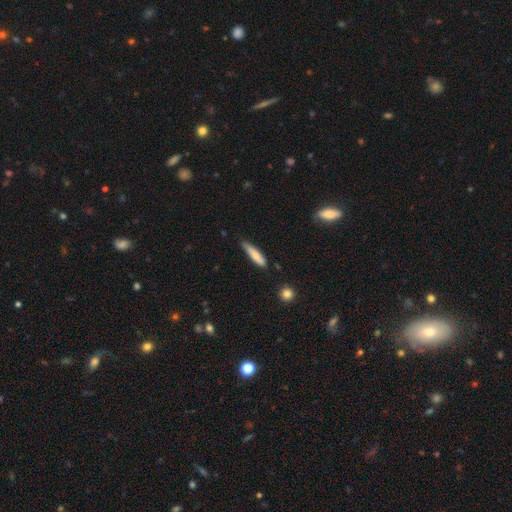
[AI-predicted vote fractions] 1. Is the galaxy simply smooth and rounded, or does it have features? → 74% smooth, 20% featured or disk, 6% star or artifact.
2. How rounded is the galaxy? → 84% cigar-shaped, 14% in between, 2% round.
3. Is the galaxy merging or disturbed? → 69% none, 26% minor disturbance, 4% major disturbance, 2% merger.